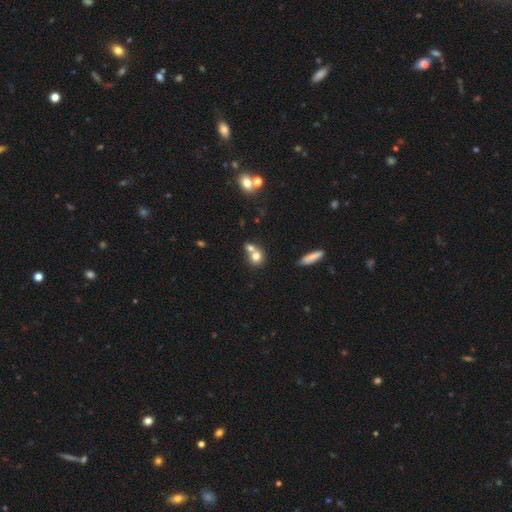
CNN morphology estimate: smooth_or_featured: smooth (p=0.74) [alt: featured or disk p=0.15]
how_rounded: round (p=0.77) [alt: in between p=0.22]
merging: merger (p=0.52) [alt: none p=0.37]